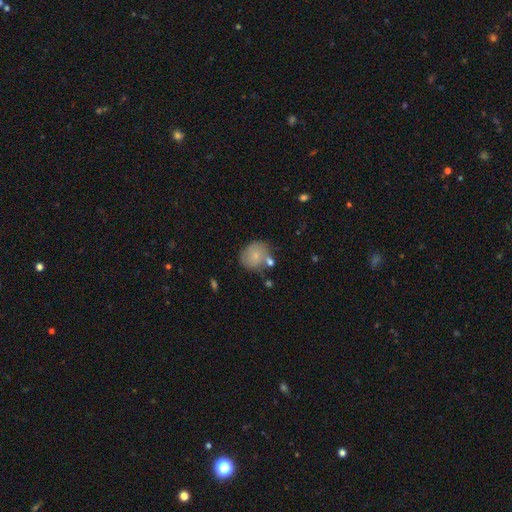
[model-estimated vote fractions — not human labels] Smooth or featured? smooth (70%)
How rounded? round (75%)
Merging? none (56%)